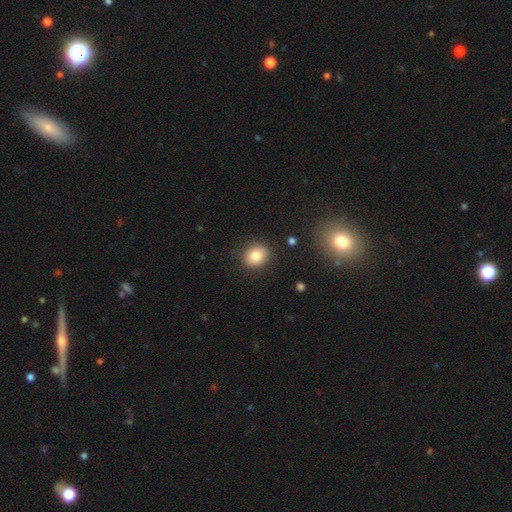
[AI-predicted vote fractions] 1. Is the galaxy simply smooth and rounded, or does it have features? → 82% smooth, 10% star or artifact, 8% featured or disk.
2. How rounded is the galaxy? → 71% round, 29% in between, 1% cigar-shaped.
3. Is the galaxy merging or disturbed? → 87% none, 9% minor disturbance, 2% major disturbance, 2% merger.